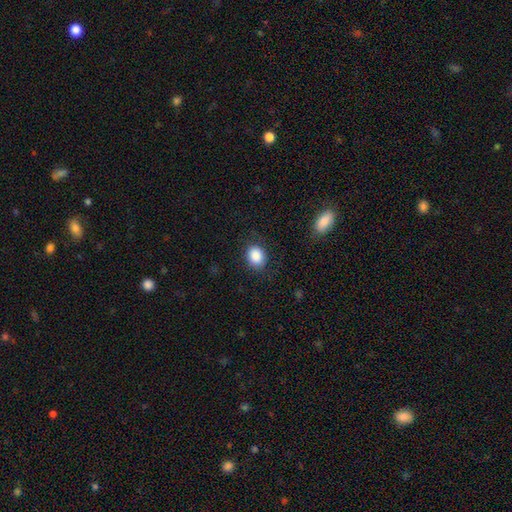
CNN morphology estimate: A smooth galaxy with no disk features (87%) that is round (55%). Merging: none (84%).